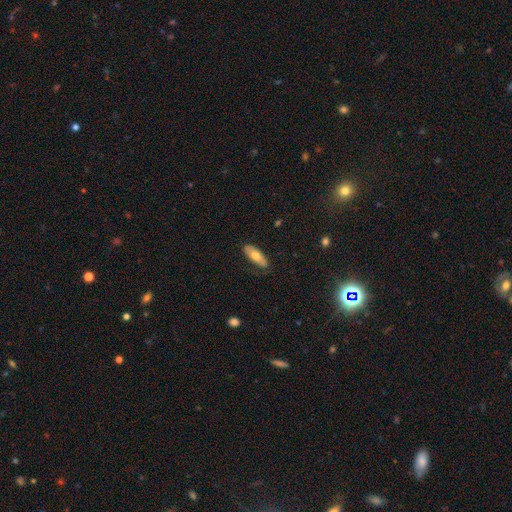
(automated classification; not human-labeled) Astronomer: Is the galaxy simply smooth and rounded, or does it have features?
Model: smooth — 69%.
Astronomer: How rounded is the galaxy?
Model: in between — 66%.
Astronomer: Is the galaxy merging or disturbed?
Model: none — 78%.